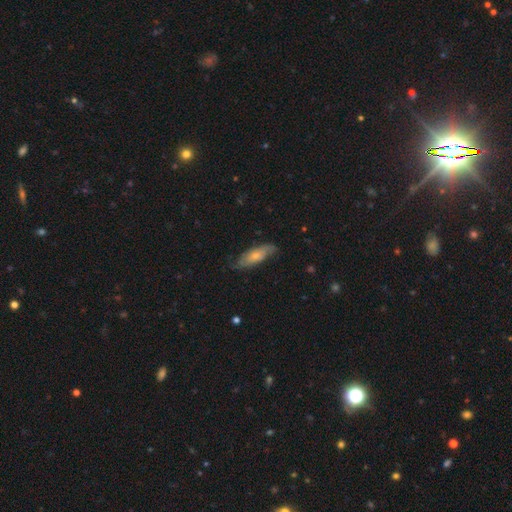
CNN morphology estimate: Smooth or featured? smooth (49%)
Merging? none (69%)